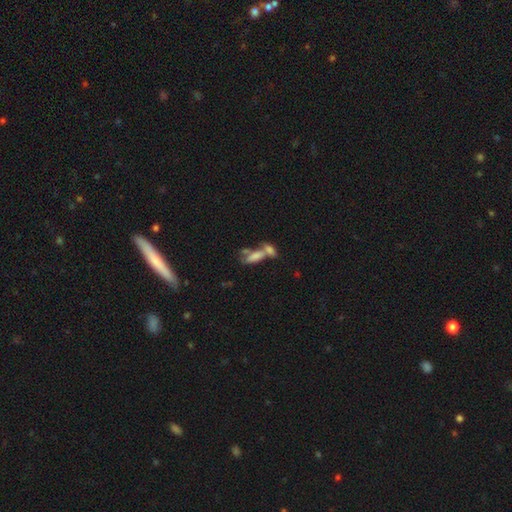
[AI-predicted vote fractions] Smooth or featured? Predicted: smooth (p=0.67). How rounded? Predicted: in between (p=0.74). Merging? Predicted: merger (p=0.64).